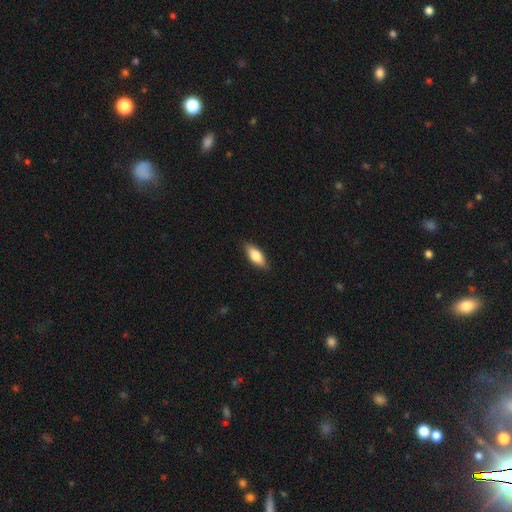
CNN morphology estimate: Overall: smooth (74%). How rounded: in between (75%). Merging: none (87%).